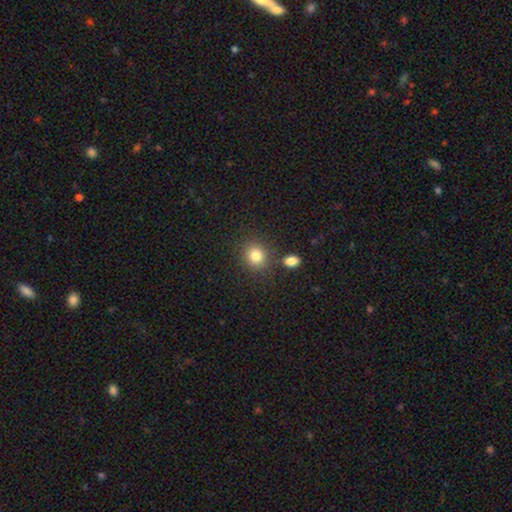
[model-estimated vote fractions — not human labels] smooth-or-featured: smooth: 82% | star or artifact: 11% | featured or disk: 7%
  how-rounded: round: 78% | in between: 21% | cigar-shaped: 1%
  merging: none: 79% | minor disturbance: 9% | merger: 9% | major disturbance: 3%